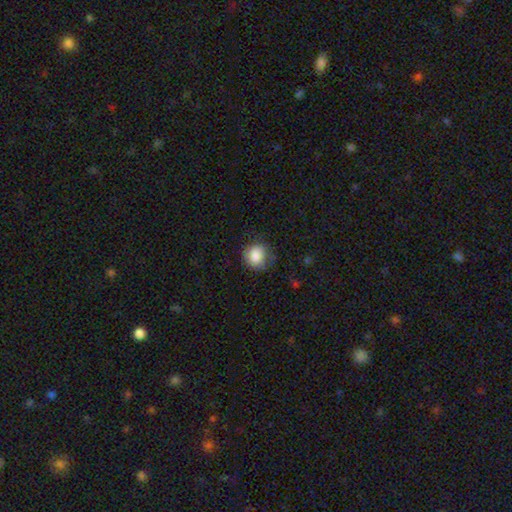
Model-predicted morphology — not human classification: type=smooth (85%); roundness=round (78%); merging=none (71%).